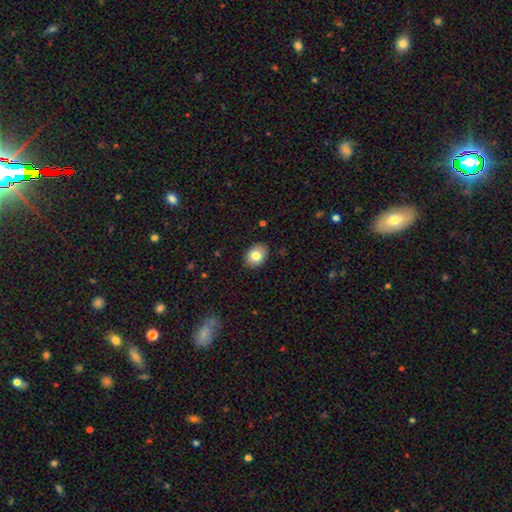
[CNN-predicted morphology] smooth-or-featured: smooth: 80% | featured or disk: 12% | star or artifact: 8%
  how-rounded: in between: 66% | round: 33% | cigar-shaped: 1%
  merging: none: 87% | minor disturbance: 10% | major disturbance: 2% | merger: 1%